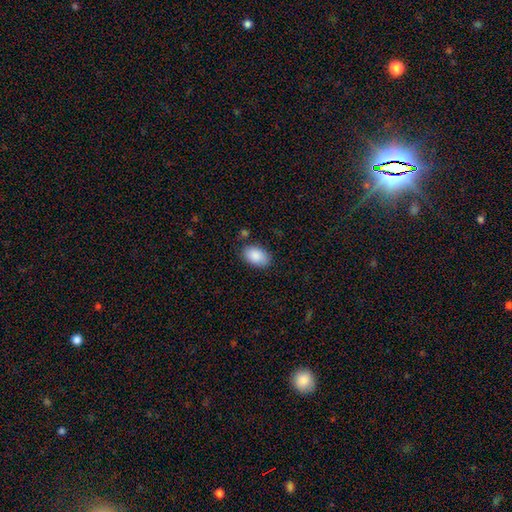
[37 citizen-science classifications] Overall: smooth (97%). How rounded: in between (97%). Merging: none (78%).